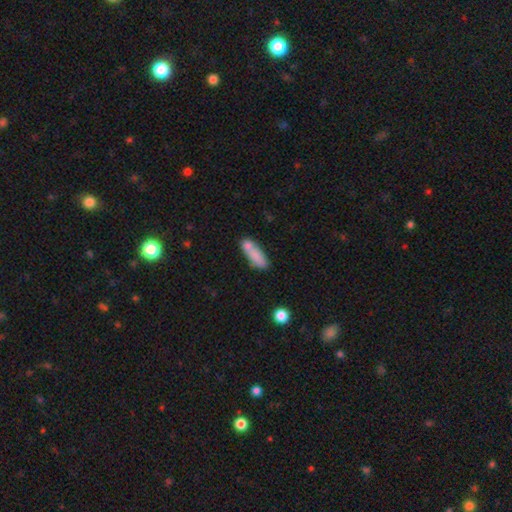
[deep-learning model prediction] smooth-or-featured: smooth: 78% | featured or disk: 15% | star or artifact: 8%
  how-rounded: cigar-shaped: 50% | in between: 47% | round: 3%
  merging: none: 51% | merger: 24% | minor disturbance: 20% | major disturbance: 6%